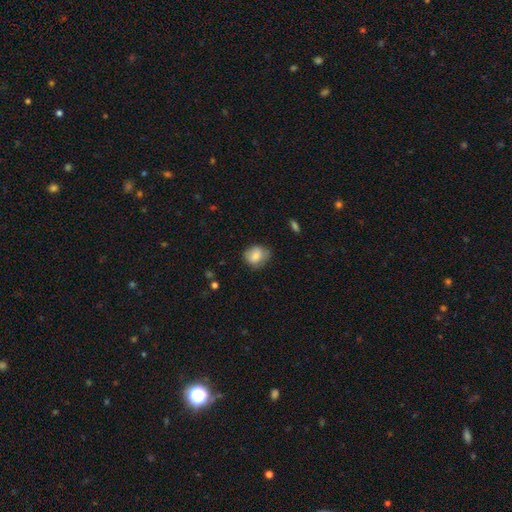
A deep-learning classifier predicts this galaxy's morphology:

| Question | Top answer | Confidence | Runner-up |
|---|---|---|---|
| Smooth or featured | smooth | 78% | featured or disk (14%) |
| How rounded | round | 63% | in between (36%) |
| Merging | none | 69% | minor disturbance (24%) |